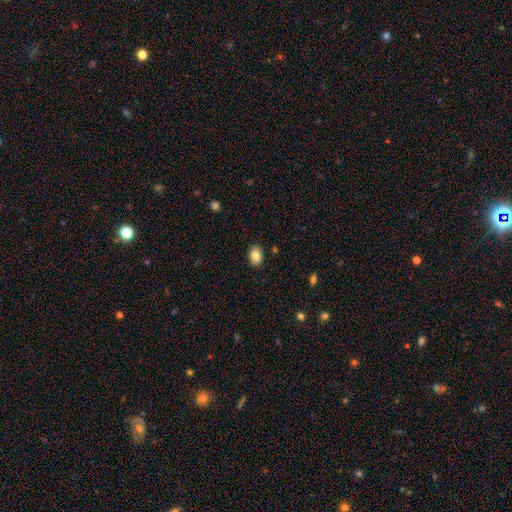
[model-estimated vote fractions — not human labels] Smooth or featured?
  - smooth: 84% *
  - star or artifact: 8%
  - featured or disk: 8%
How rounded?
  - in between: 77% *
  - round: 22%
  - cigar-shaped: 1%
Merging?
  - none: 88% *
  - minor disturbance: 9%
  - major disturbance: 2%
  - merger: 1%